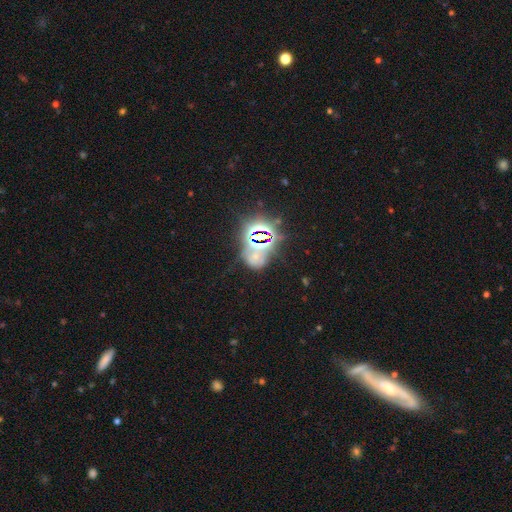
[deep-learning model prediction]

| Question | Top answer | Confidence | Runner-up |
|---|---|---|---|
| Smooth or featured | star or artifact | 61% | smooth (25%) |